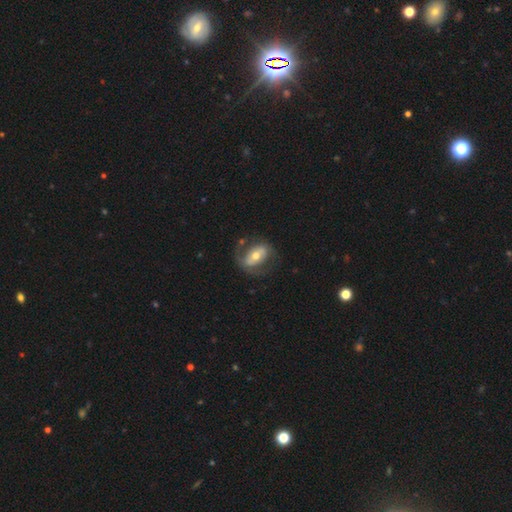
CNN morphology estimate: smooth-or-featured: featured or disk: 60% | smooth: 34% | star or artifact: 7%
  disk-edge-on: no: 93% | yes: 7%
    bar: strong: 37% | no: 34% | weak: 29%
    has-spiral-arms: yes: 56% | no: 44%
    bulge-size: moderate: 66% | small: 23% | large: 8% | dominant: 1% | none: 1%
  merging: none: 62% | minor disturbance: 19% | major disturbance: 16% | merger: 3%